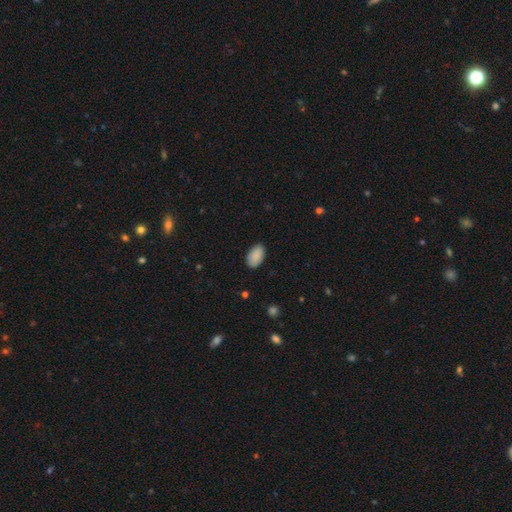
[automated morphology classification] Smooth or featured: smooth — 90% (star or artifact — 7%)
How rounded: in between — 94% (round — 4%)
Merging: none — 87% (minor disturbance — 10%)